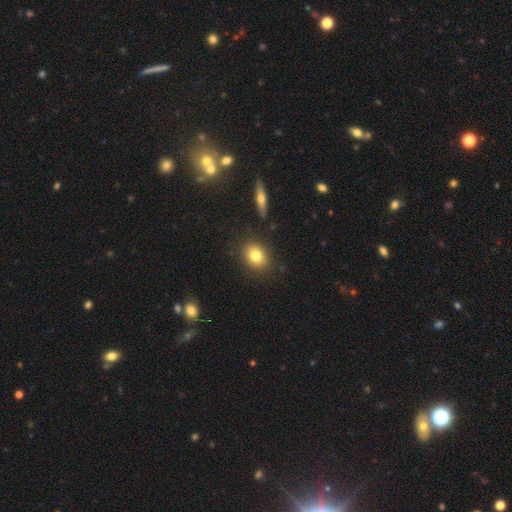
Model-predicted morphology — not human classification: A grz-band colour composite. It shows a smooth galaxy with no disk features (81%) that is round (51%). Merging: none (86%).